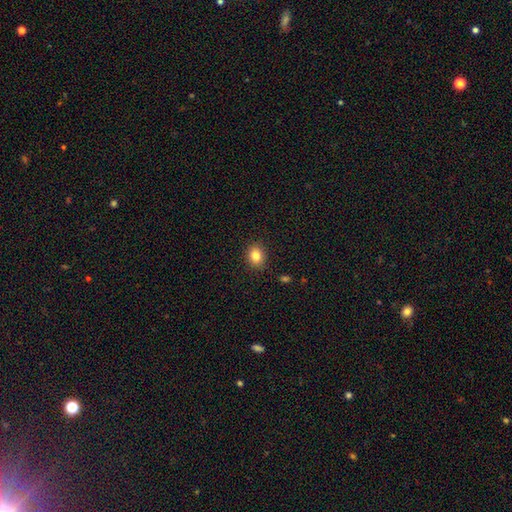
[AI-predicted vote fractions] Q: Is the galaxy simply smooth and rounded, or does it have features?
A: smooth — 83%.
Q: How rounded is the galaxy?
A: round — 57%.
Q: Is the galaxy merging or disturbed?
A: none — 89%.